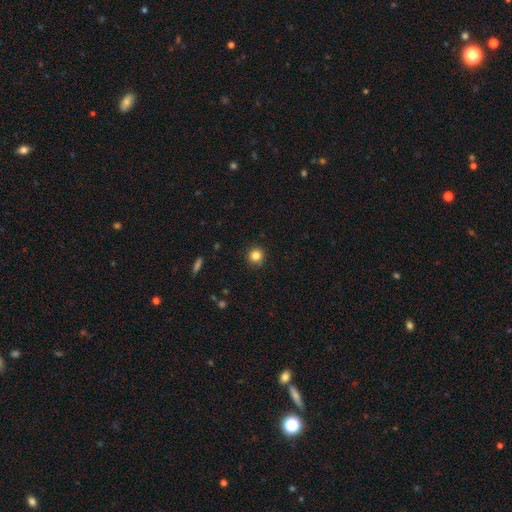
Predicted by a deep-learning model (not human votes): This appears to be a smooth galaxy with no disk features (83%) that is round (94%). Merging: none (91%).